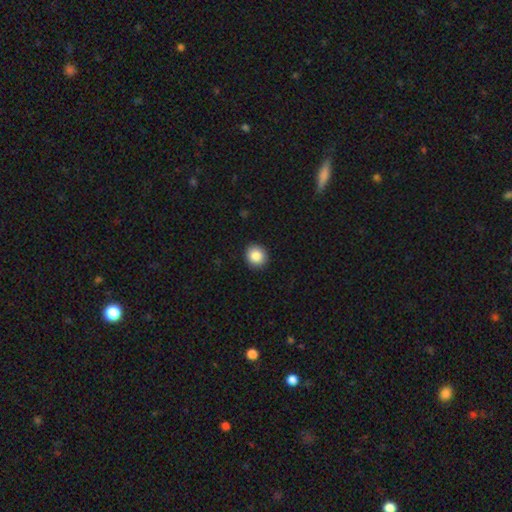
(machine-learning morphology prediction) A smooth galaxy with no disk features (87%) that is round (86%). Merging: none (91%).